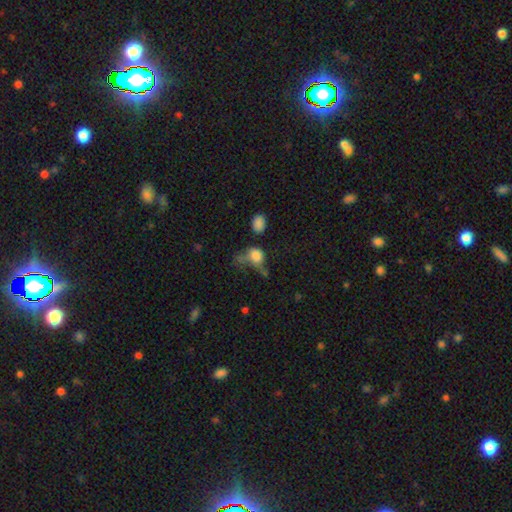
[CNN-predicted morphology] The model was most divided on "how rounded": in between: 56%, round: 42%, cigar-shaped: 2%. Remaining: smooth or featured — smooth (71%); merging — major disturbance (38%).